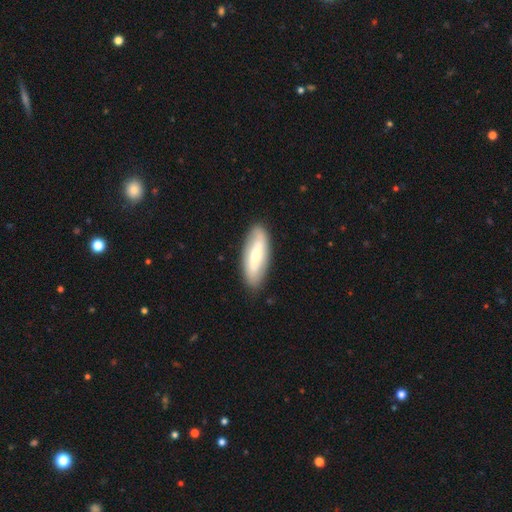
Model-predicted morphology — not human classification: A smooth galaxy with no disk features (49%).

Vote fractions:
- Smooth or featured? smooth: 49% / featured or disk: 46% / star or artifact: 5%
- Merging? none: 86% / minor disturbance: 10% / major disturbance: 2% / merger: 1%